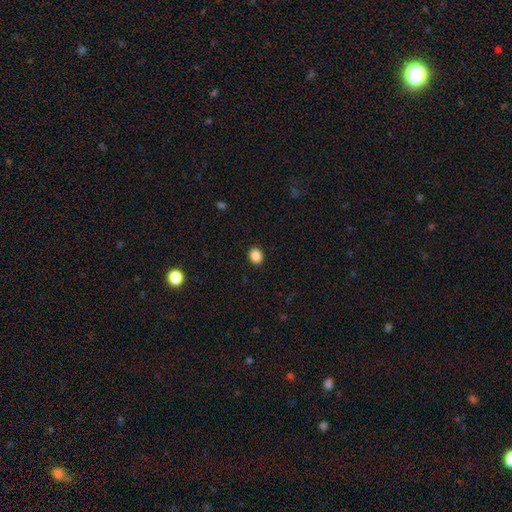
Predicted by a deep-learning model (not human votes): Overall: smooth (88%). How rounded: round (52%; in between 47%). Merging: none (91%).